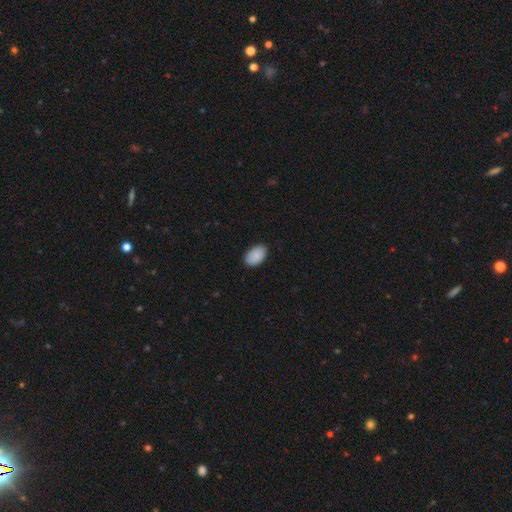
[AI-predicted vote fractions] smooth-or-featured: smooth: 88% | star or artifact: 6% | featured or disk: 6%
  how-rounded: in between: 93% | round: 6% | cigar-shaped: 1%
  merging: none: 86% | minor disturbance: 11% | major disturbance: 2% | merger: 1%